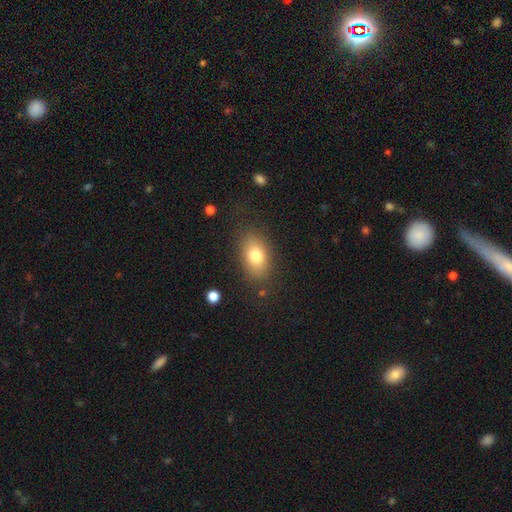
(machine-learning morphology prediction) A smooth galaxy with no disk features (78%) that is in between round and cigar-shaped (86%).

Vote fractions:
- Smooth or featured? smooth: 78% / featured or disk: 13% / star or artifact: 9%
- How rounded? in between: 86% / round: 12% / cigar-shaped: 2%
- Merging? none: 80% / minor disturbance: 13% / major disturbance: 6% / merger: 2%